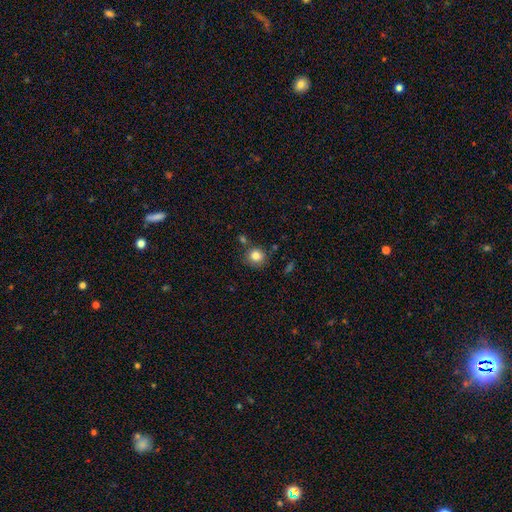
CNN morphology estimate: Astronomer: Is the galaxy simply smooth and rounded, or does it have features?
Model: smooth — 83%.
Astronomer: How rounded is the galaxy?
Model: round — 88%.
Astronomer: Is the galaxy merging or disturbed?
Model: none — 75%.